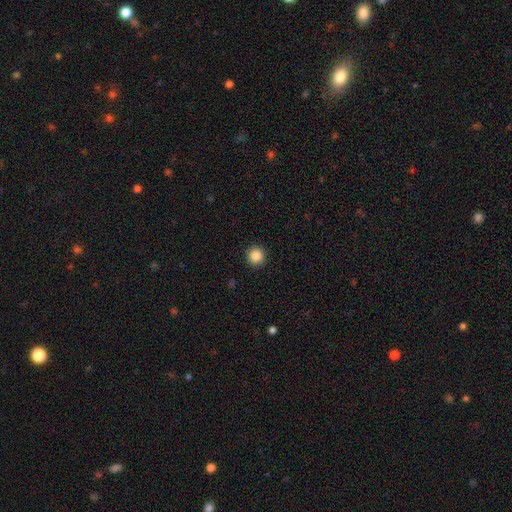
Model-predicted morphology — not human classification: Smooth or featured: smooth — 86% (star or artifact — 10%)
How rounded: round — 95% (in between — 4%)
Merging: none — 93% (minor disturbance — 5%)